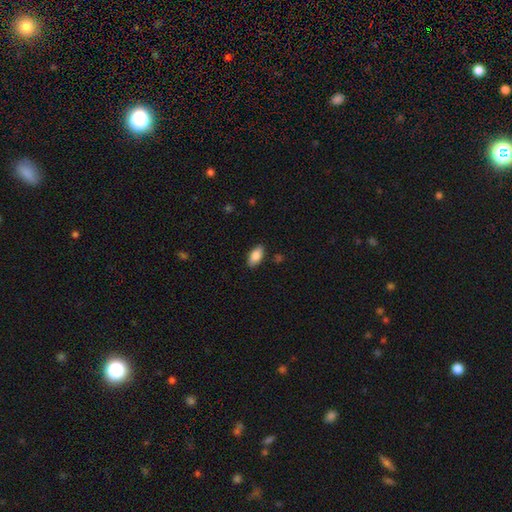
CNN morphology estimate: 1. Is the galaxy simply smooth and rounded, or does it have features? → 86% smooth, 8% featured or disk, 7% star or artifact.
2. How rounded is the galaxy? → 91% in between, 7% cigar-shaped, 3% round.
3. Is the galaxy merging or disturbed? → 87% none, 10% minor disturbance, 2% major disturbance, 1% merger.